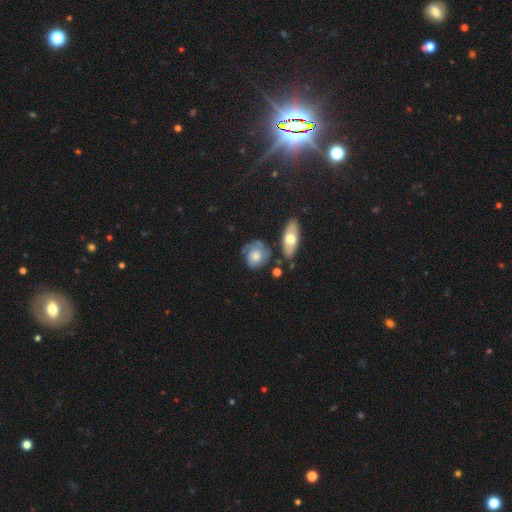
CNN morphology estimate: Overall: featured or disk (49%; smooth 45%). Merging: none (54%; minor disturbance 25%).